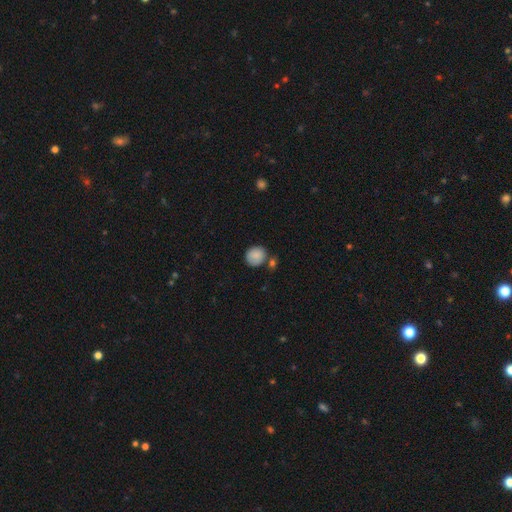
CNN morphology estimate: The model was most divided on "merging": none: 67%, minor disturbance: 16%, merger: 12%, major disturbance: 4%. More confident: smooth or featured — smooth (86%); how rounded — round (78%).